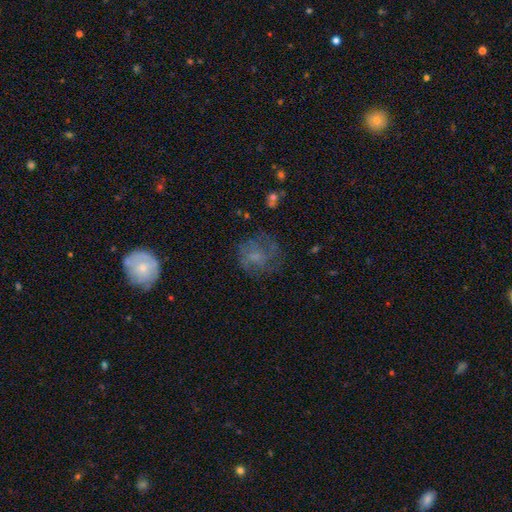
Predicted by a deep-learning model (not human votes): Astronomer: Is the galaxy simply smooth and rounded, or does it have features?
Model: featured or disk — 45% (runner-up: smooth, 39%).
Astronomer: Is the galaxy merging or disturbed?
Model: none — 59%.